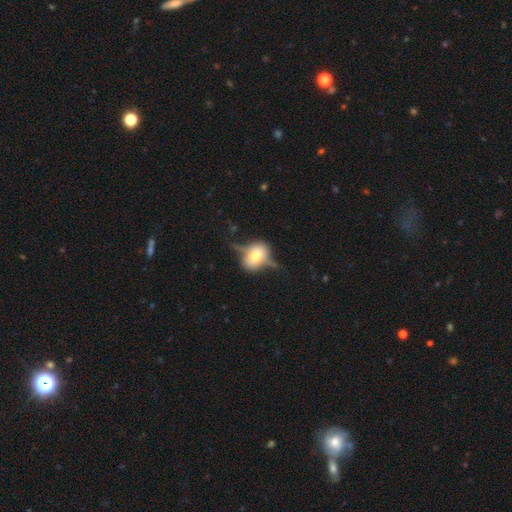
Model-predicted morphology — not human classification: A featured or disk galaxy (51%) viewed edge-on (70%).

Vote fractions:
- Smooth or featured? featured or disk: 51% / smooth: 40% / star or artifact: 9%
- Edge-on disk? yes: 70% / no: 30%
- Merging? none: 57% / minor disturbance: 25% / major disturbance: 14% / merger: 4%